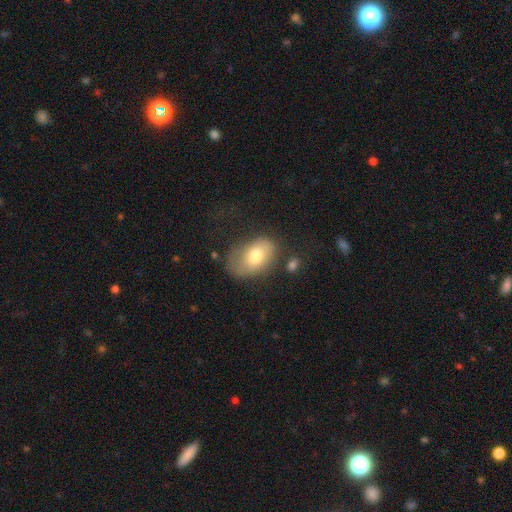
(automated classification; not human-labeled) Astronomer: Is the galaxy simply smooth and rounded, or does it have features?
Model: smooth — 72%.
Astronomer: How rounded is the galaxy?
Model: in between — 86%.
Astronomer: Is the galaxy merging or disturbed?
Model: none — 53%.